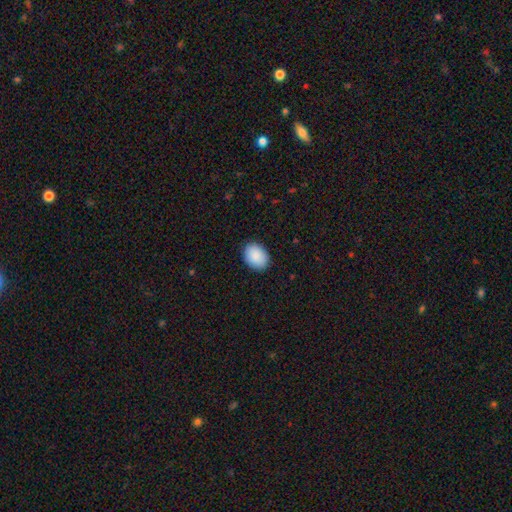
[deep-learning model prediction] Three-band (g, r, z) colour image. It shows a smooth galaxy with no disk features (90%) that is in between round and cigar-shaped (70%). Merging: none (88%).